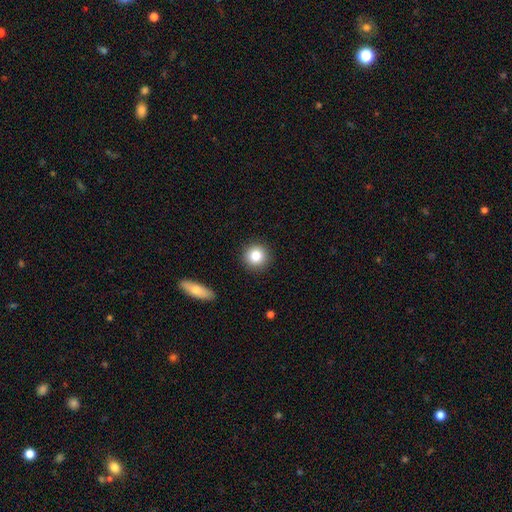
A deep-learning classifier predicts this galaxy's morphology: Overall: smooth (84%). How rounded: round (94%). Merging: none (91%).